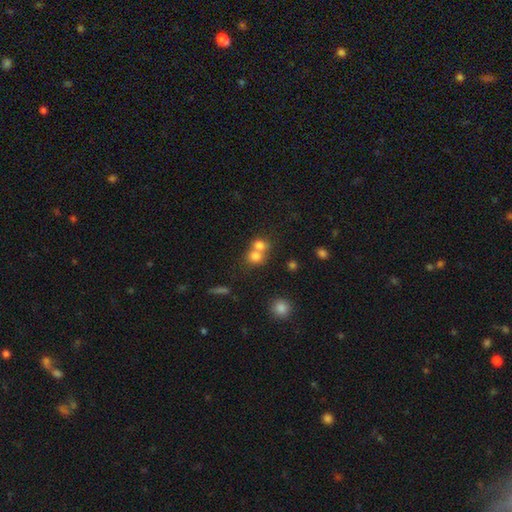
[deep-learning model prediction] smooth-or-featured: smooth: 75% | featured or disk: 13% | star or artifact: 12%
  how-rounded: round: 72% | in between: 27% | cigar-shaped: 1%
  merging: merger: 60% | none: 31% | minor disturbance: 5% | major disturbance: 3%